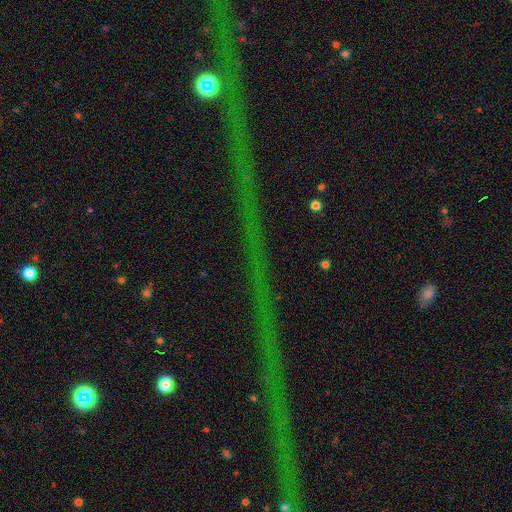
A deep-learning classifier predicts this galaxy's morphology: star or artifact 76%, featured or disk 16%, smooth 8%.